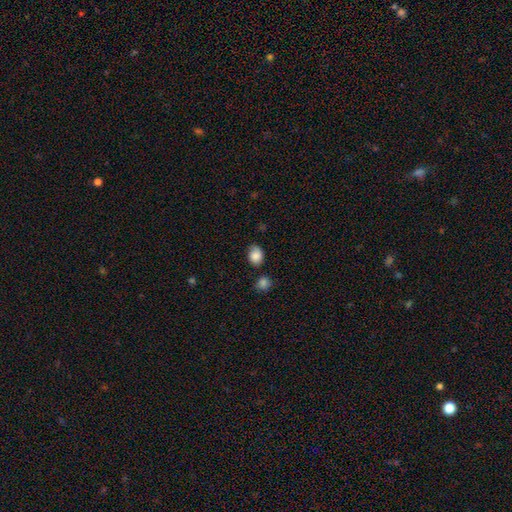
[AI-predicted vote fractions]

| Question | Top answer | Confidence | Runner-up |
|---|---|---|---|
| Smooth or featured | smooth | 85% | star or artifact (8%) |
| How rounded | in between | 55% | round (43%) |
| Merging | none | 66% | minor disturbance (24%) |